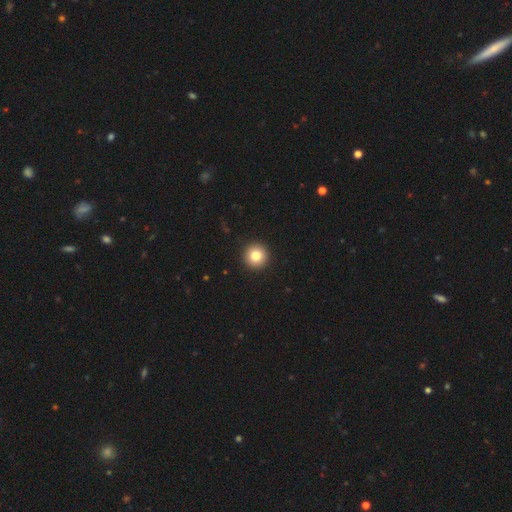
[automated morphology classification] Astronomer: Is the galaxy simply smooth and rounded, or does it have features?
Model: smooth — 83%.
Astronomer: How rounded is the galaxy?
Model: round — 96%.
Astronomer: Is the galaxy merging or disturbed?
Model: none — 94%.